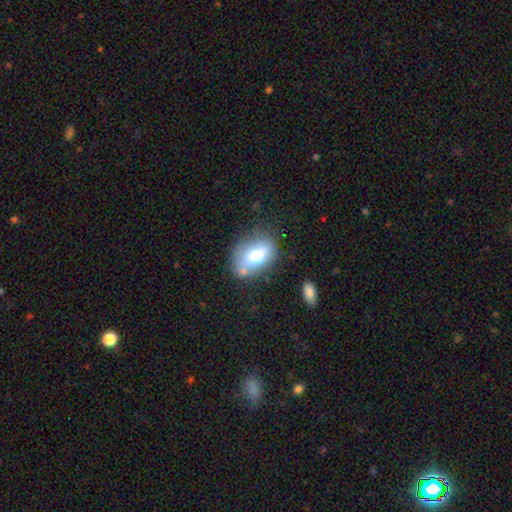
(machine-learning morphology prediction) This is likely a smooth galaxy (67%). How rounded: clearly in between (83%). Merging: possibly none (56%).